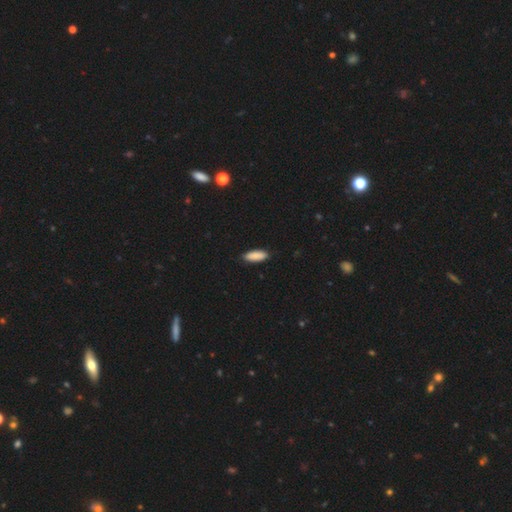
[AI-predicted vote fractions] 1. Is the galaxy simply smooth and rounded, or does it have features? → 90% smooth, 6% star or artifact, 4% featured or disk.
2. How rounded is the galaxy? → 70% in between, 28% cigar-shaped, 2% round.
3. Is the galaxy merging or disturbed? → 88% none, 9% minor disturbance, 2% major disturbance, 1% merger.